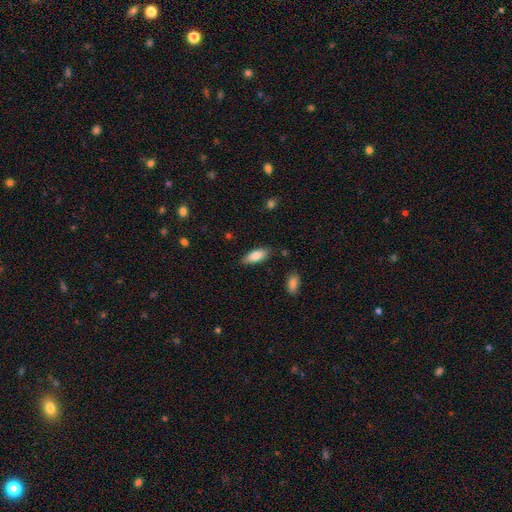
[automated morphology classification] smooth-or-featured: smooth: 81% | featured or disk: 13% | star or artifact: 6%
  how-rounded: in between: 75% | cigar-shaped: 23% | round: 2%
  merging: none: 83% | minor disturbance: 13% | major disturbance: 3% | merger: 2%